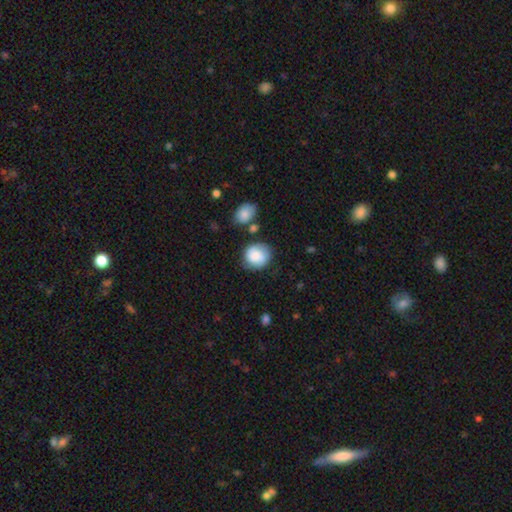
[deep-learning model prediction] Q: Smooth or featured?
A: smooth (78%); runner-up: featured or disk (15%)
Q: How rounded?
A: round (80%); runner-up: in between (19%)
Q: Merging?
A: none (68%); runner-up: minor disturbance (20%)